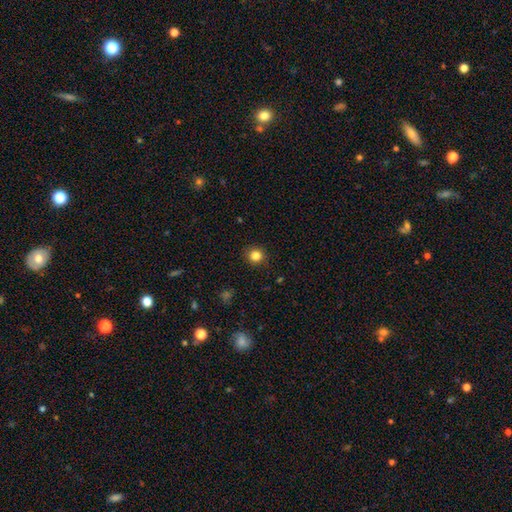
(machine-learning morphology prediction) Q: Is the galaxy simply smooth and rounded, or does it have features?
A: smooth — 83%.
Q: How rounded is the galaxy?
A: round — 90%.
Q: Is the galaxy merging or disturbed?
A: none — 91%.